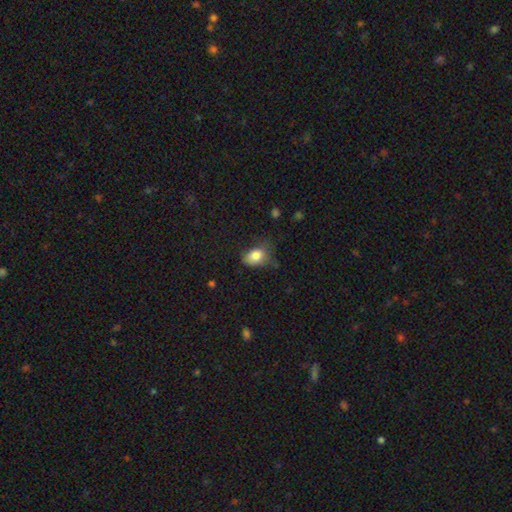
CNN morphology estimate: smooth-or-featured: smooth: 82% | star or artifact: 9% | featured or disk: 9%
  how-rounded: in between: 73% | round: 25% | cigar-shaped: 1%
  merging: none: 47% | minor disturbance: 37% | major disturbance: 14% | merger: 2%